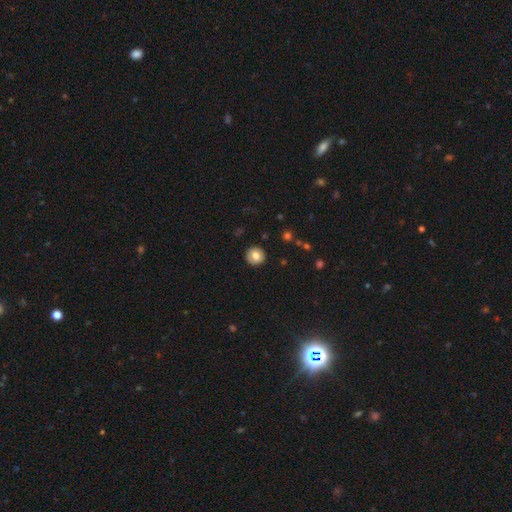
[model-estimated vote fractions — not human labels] A smooth galaxy with no disk features (78%) that is round (94%).

Vote fractions:
- Smooth or featured? smooth: 78% / featured or disk: 13% / star or artifact: 8%
- How rounded? round: 94% / in between: 5% / cigar-shaped: 1%
- Merging? none: 91% / minor disturbance: 6% / major disturbance: 2% / merger: 1%